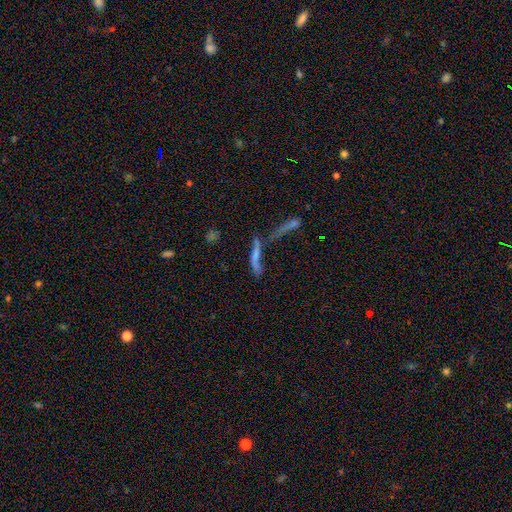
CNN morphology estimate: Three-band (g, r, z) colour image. It shows a smooth galaxy with no disk features (44%). Merging: merger (46%).